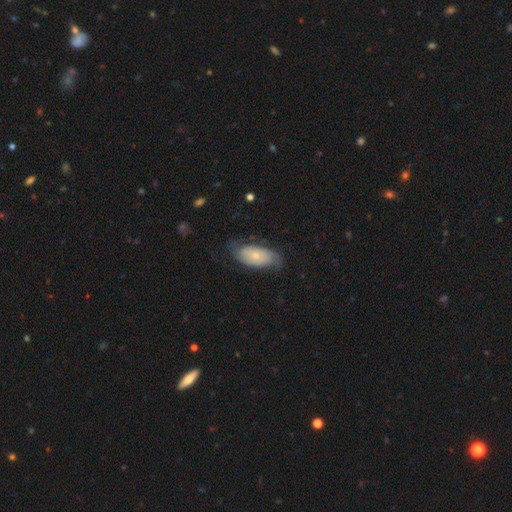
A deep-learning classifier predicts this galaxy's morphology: smooth-or-featured: featured or disk: 54% | smooth: 40% | star or artifact: 6%
  disk-edge-on: no: 93% | yes: 7%
    bar: no: 79% | weak: 17% | strong: 3%
    has-spiral-arms: yes: 81% | no: 19%
    bulge-size: small: 63% | moderate: 29% | none: 4% | large: 3% | dominant: 1%
  merging: none: 60% | minor disturbance: 26% | major disturbance: 12% | merger: 1%